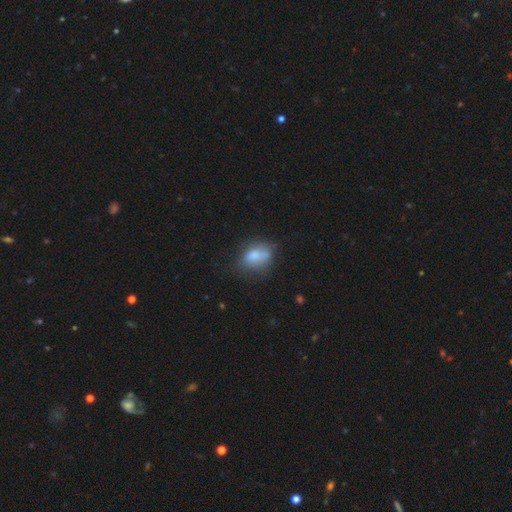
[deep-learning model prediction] The model was most divided on "merging": none: 48%, minor disturbance: 29%, major disturbance: 12%, merger: 11%. More confident: how rounded — in between (77%); smooth or featured — smooth (76%).